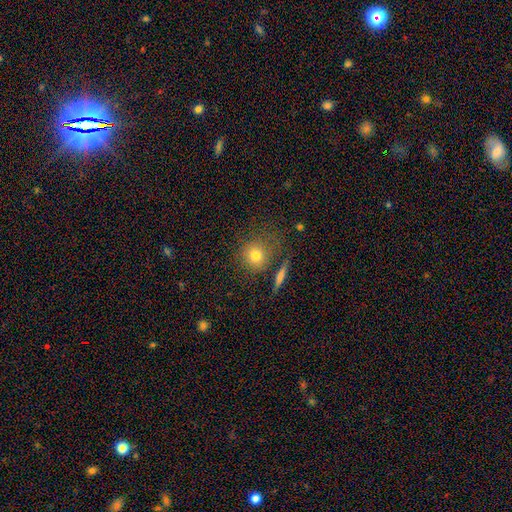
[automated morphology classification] Q: Smooth or featured?
A: smooth (75%); runner-up: featured or disk (13%)
Q: How rounded?
A: round (85%); runner-up: in between (13%)
Q: Merging?
A: none (73%); runner-up: minor disturbance (13%)